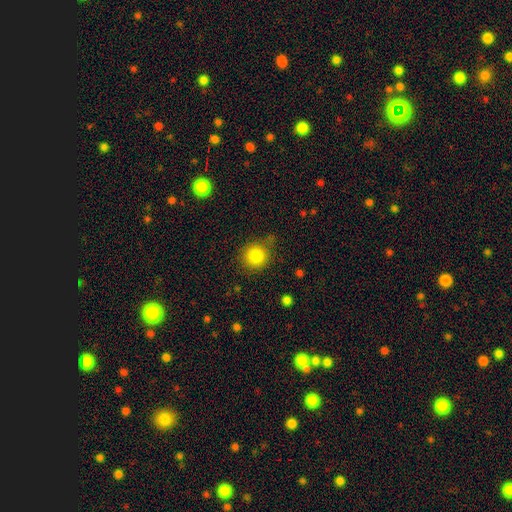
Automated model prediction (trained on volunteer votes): The model was most divided on "merging": none: 74%, minor disturbance: 17%, major disturbance: 6%, merger: 3%. More confident: how rounded — round (89%); smooth or featured — smooth (85%).